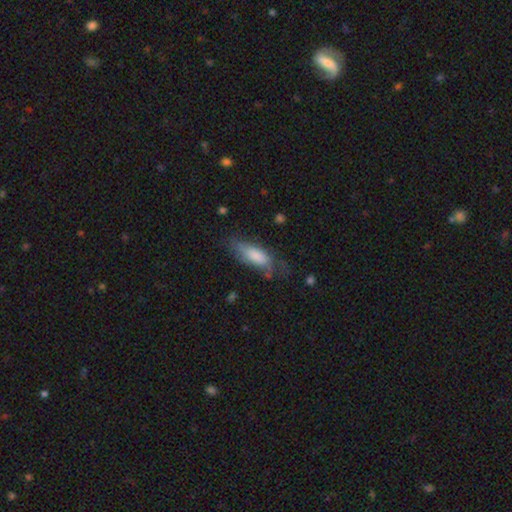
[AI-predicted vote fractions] This is likely a smooth galaxy (70%). How rounded: likely in between (73%). Merging: possibly none (46%).